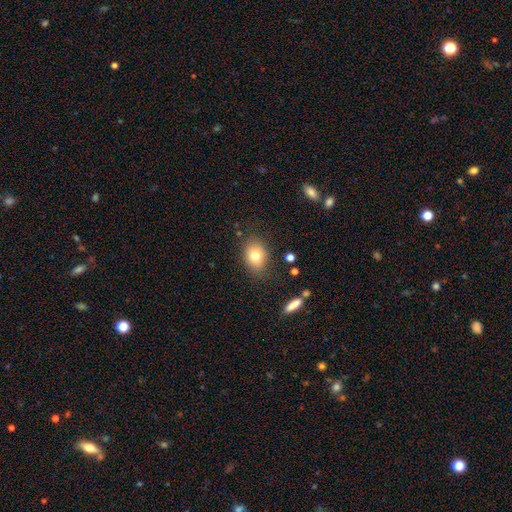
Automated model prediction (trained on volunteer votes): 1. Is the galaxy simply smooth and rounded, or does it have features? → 78% smooth, 12% featured or disk, 10% star or artifact.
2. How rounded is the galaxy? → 70% in between, 29% round, 1% cigar-shaped.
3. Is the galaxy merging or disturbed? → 80% none, 14% minor disturbance, 4% major disturbance, 2% merger.